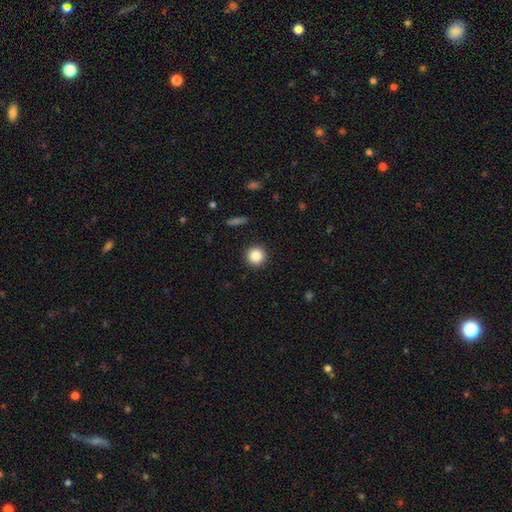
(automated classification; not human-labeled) Smooth or featured? Predicted: smooth (p=0.87). How rounded? Predicted: round (p=0.95). Merging? Predicted: none (p=0.92).